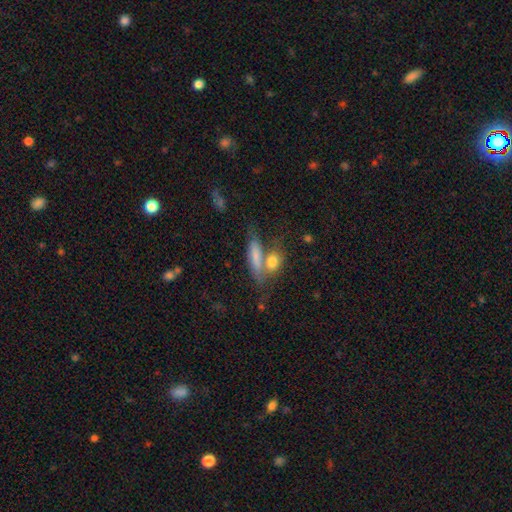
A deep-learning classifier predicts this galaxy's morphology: A smooth galaxy with no disk features (72%) that is in between round and cigar-shaped (50%). Merging: merger (42%).